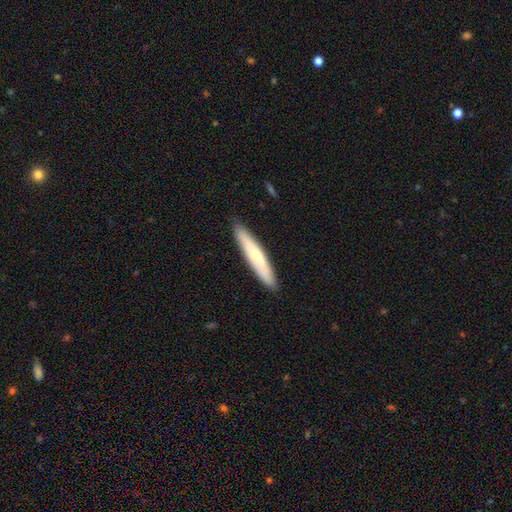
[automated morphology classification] Smooth or featured? smooth (63%)
How rounded? cigar-shaped (91%)
Merging? none (89%)